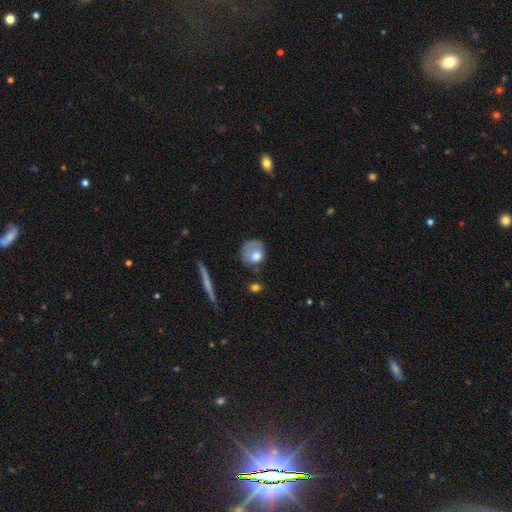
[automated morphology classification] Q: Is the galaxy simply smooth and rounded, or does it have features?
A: smooth — 66%.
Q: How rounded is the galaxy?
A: round — 66%.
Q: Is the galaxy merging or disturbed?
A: none — 39%.